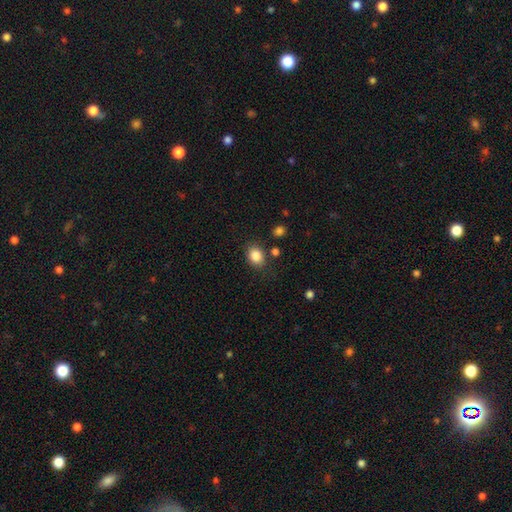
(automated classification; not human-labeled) smooth 85%, star or artifact 10%, featured or disk 5%. Down the decision tree: how rounded — in between (51%); merging — none (78%).